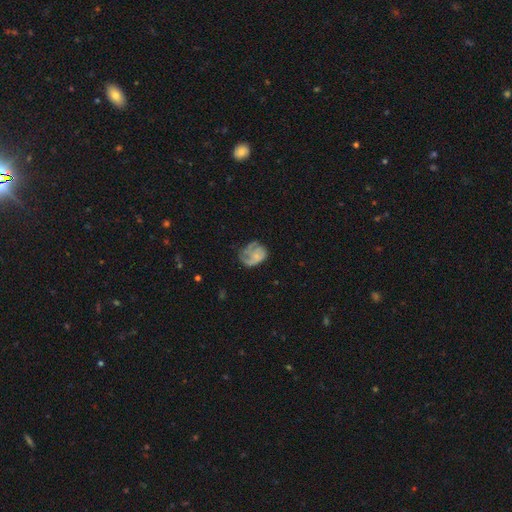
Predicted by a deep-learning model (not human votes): The model was most divided on "merging": none: 40%, major disturbance: 30%, minor disturbance: 27%, merger: 3%. Remaining: edge-on disk — no (98%); bar — no (81%); spiral arms — yes (67%); smooth or featured — featured or disk (56%); bulge size — small (45%).